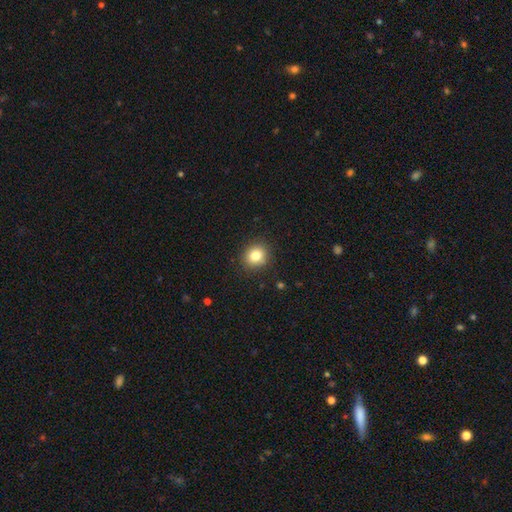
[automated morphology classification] Smooth or featured?
  - smooth: 82% *
  - star or artifact: 11%
  - featured or disk: 7%
How rounded?
  - round: 78% *
  - in between: 21%
  - cigar-shaped: 1%
Merging?
  - none: 89% *
  - minor disturbance: 8%
  - major disturbance: 2%
  - merger: 1%